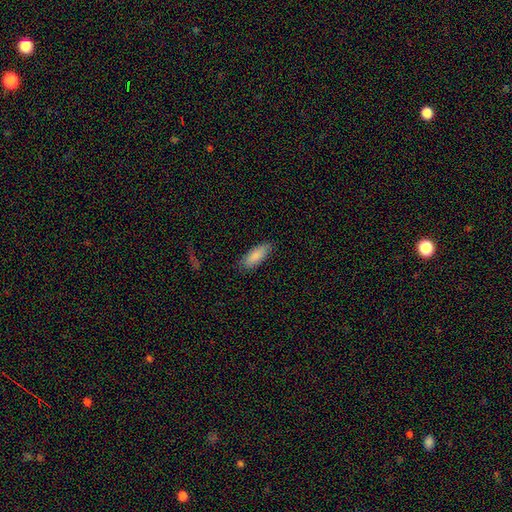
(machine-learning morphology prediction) Overall: smooth (87%). How rounded: in between (74%). Merging: none (83%).